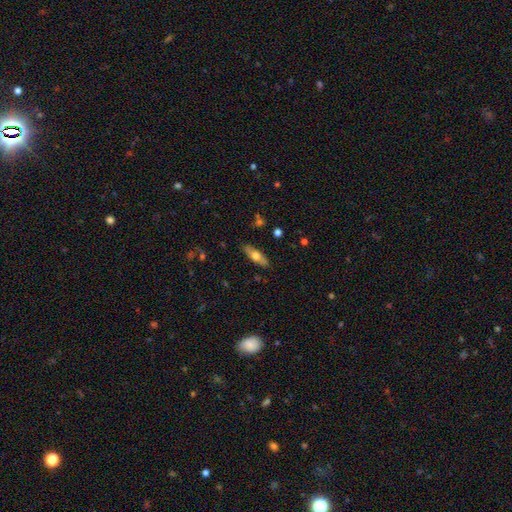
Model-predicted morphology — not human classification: smooth 57%, featured or disk 37%, star or artifact 6%. Down the decision tree: how rounded — in between (55%); merging — none (85%).